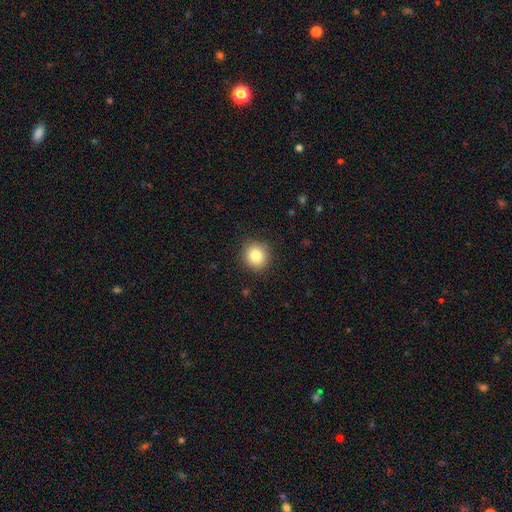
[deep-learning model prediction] Q: Smooth or featured?
A: smooth (84%); runner-up: star or artifact (10%)
Q: How rounded?
A: round (91%); runner-up: in between (8%)
Q: Merging?
A: none (90%); runner-up: minor disturbance (7%)